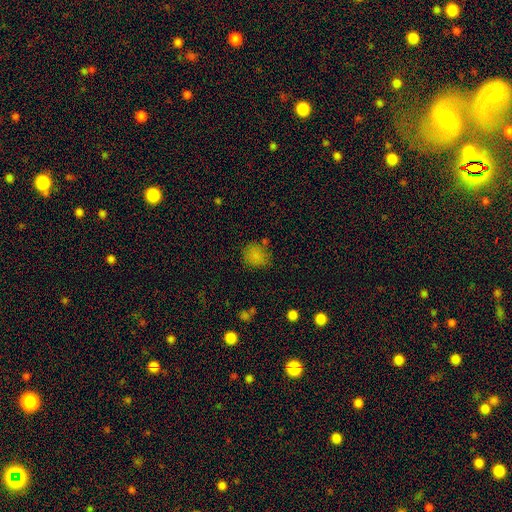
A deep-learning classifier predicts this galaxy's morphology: smooth_or_featured: smooth (p=0.80) [alt: star or artifact p=0.14]
how_rounded: round (p=0.71) [alt: in between p=0.27]
merging: none (p=0.69) [alt: minor disturbance p=0.19]